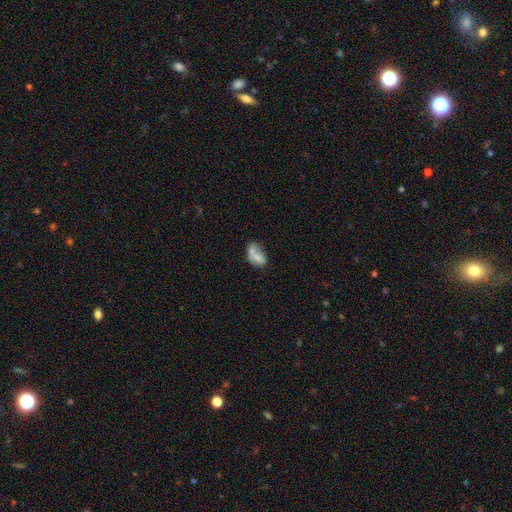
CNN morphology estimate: This is likely a smooth galaxy (64%). How rounded: clearly in between (81%). Merging: possibly merger (58%).